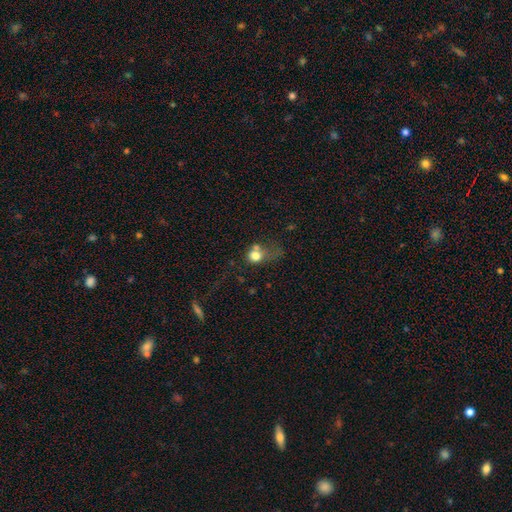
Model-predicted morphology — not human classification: Smooth or featured? smooth (73%)
How rounded? round (68%)
Merging? merger (31%)